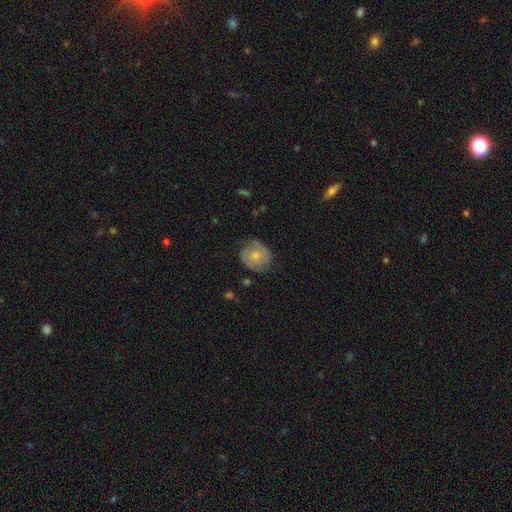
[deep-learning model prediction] Smooth or featured? Predicted: smooth (p=0.47). Merging? Predicted: none (p=0.68).